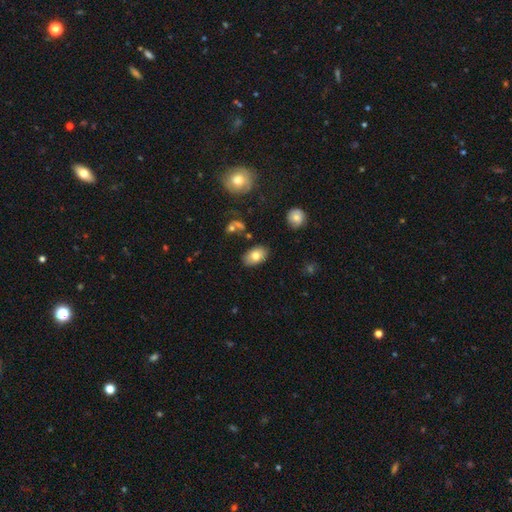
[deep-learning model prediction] Smooth or featured? Predicted: smooth (p=0.76). How rounded? Predicted: in between (p=0.90). Merging? Predicted: none (p=0.84).